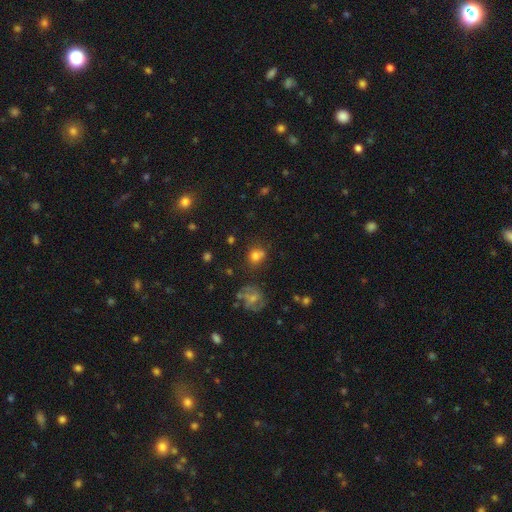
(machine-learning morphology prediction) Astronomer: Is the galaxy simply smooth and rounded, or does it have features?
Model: smooth — 73%.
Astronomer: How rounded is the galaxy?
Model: round — 68%.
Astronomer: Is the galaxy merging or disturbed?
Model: none — 53%.